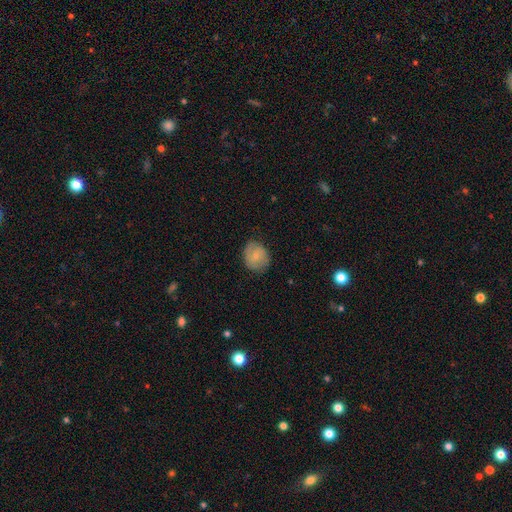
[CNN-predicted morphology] Smooth or featured? smooth (57%)
How rounded? round (65%)
Merging? none (77%)